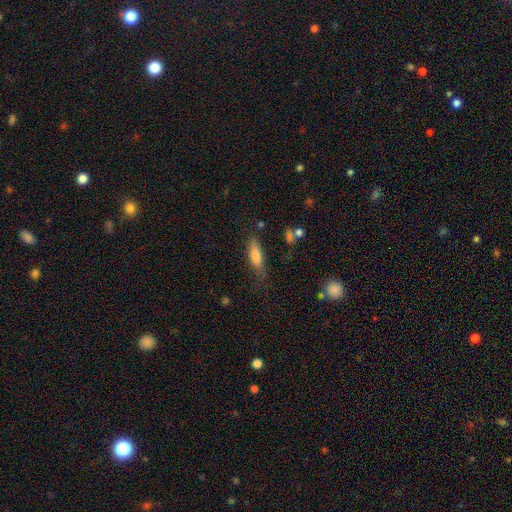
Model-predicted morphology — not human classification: Smooth or featured: smooth — 76% (featured or disk — 17%)
How rounded: cigar-shaped — 50% (in between — 48%)
Merging: none — 67% (minor disturbance — 22%)